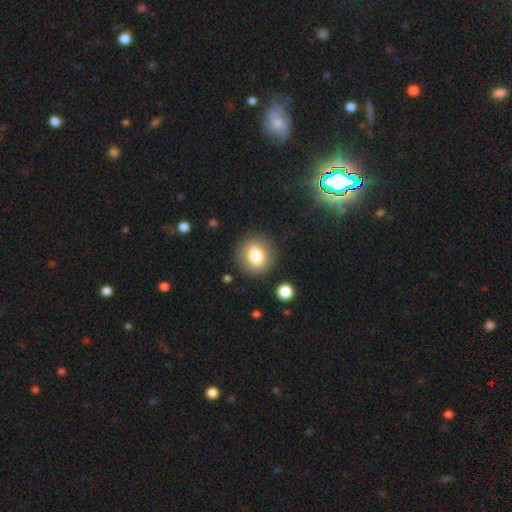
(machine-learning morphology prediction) Smooth or featured? Predicted: smooth (p=0.78). How rounded? Predicted: round (p=0.82). Merging? Predicted: none (p=0.86).